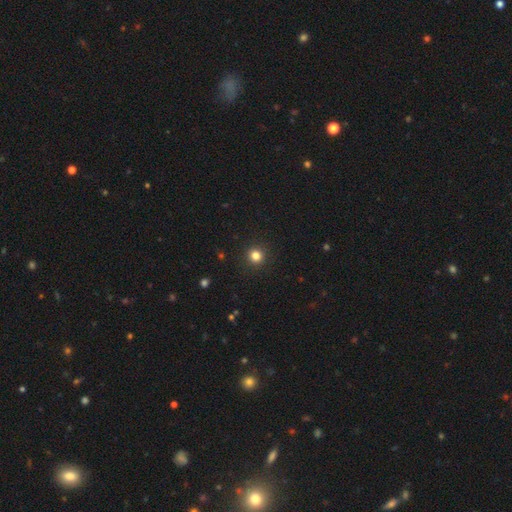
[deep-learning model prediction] A smooth galaxy with no disk features (82%) that is round (93%).

Vote fractions:
- Smooth or featured? smooth: 82% / star or artifact: 13% / featured or disk: 5%
- How rounded? round: 93% / in between: 6% / cigar-shaped: 1%
- Merging? none: 92% / minor disturbance: 5% / major disturbance: 2% / merger: 1%